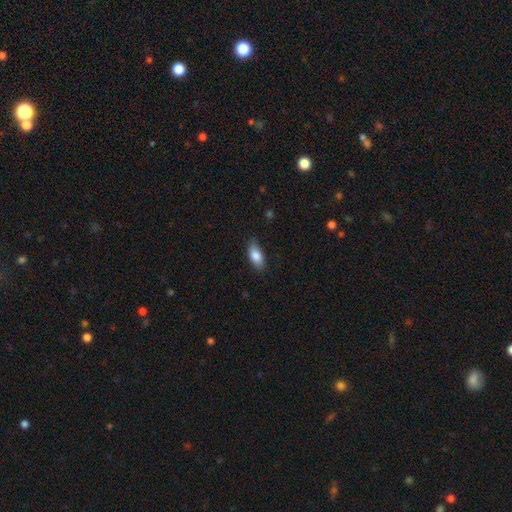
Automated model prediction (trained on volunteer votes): A smooth galaxy with no disk features (83%) that is in between round and cigar-shaped (87%).

Vote fractions:
- Smooth or featured? smooth: 83% / featured or disk: 10% / star or artifact: 7%
- How rounded? in between: 87% / cigar-shaped: 9% / round: 4%
- Merging? none: 77% / minor disturbance: 18% / major disturbance: 3% / merger: 1%